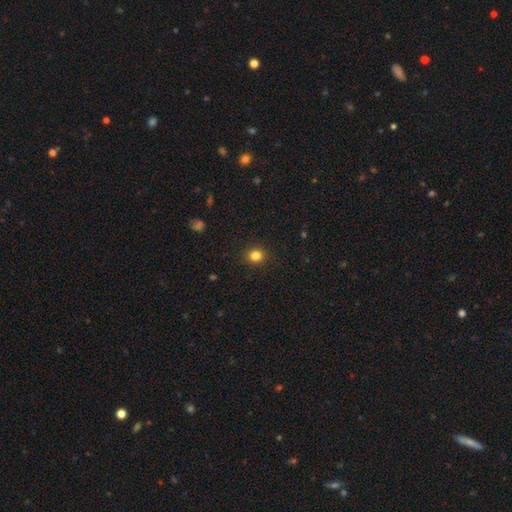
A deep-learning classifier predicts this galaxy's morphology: Smooth or featured: smooth — 83% (star or artifact — 12%)
How rounded: round — 85% (in between — 14%)
Merging: none — 91% (minor disturbance — 6%)